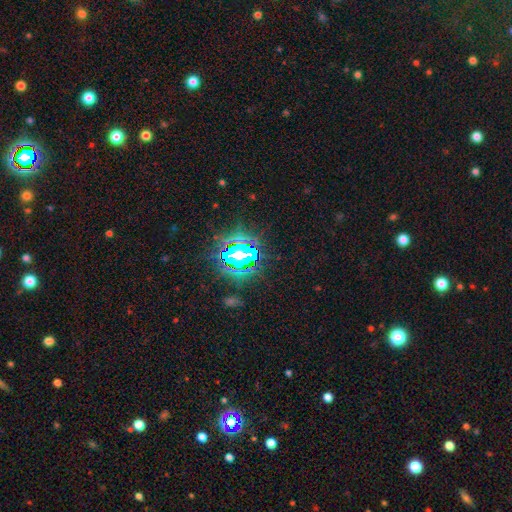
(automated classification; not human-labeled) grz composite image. It shows a star or artifact, not a galaxy (74%).